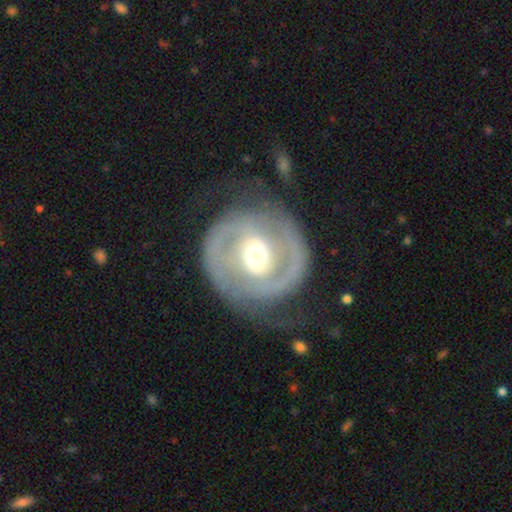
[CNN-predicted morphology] type=featured or disk (83%); edge-on=no (97%); bar=weak (43%); spiral arms=yes (85%); winding=tight (49%); arm count=2 (75%); bulge=moderate (71%); merging=none (68%).